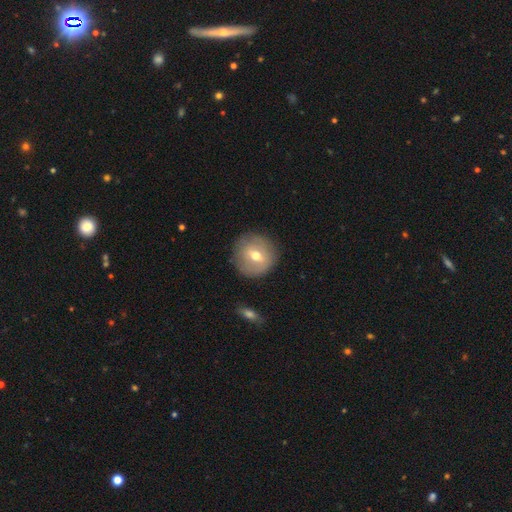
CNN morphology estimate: Overall: smooth (55%; featured or disk 37%). How rounded: round (91%). Merging: none (84%).